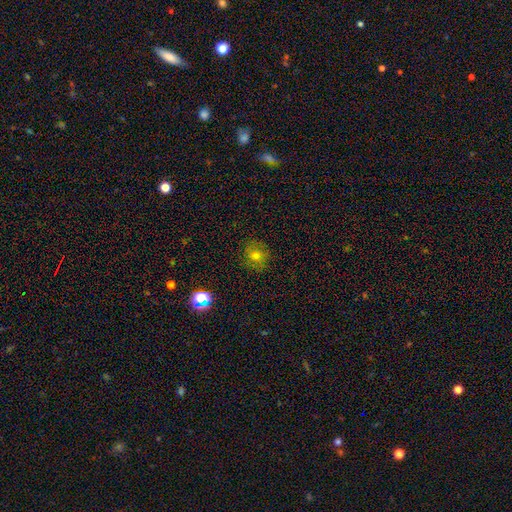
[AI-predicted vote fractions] This appears to be a smooth galaxy with no disk features (68%) that is round (83%). Merging: none (85%).